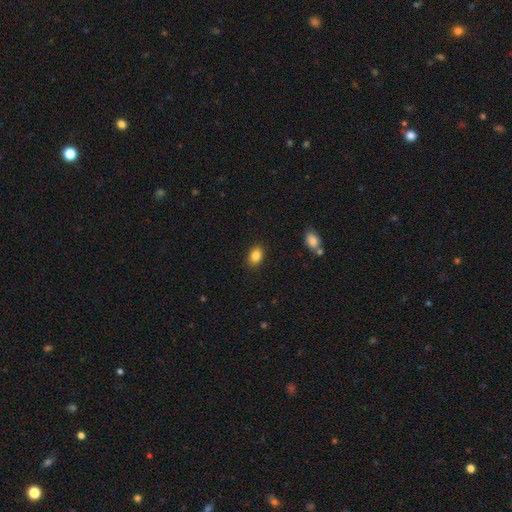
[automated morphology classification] smooth-or-featured: smooth: 86% | star or artifact: 9% | featured or disk: 6%
  how-rounded: in between: 75% | round: 23% | cigar-shaped: 1%
  merging: none: 88% | minor disturbance: 9% | major disturbance: 2% | merger: 1%